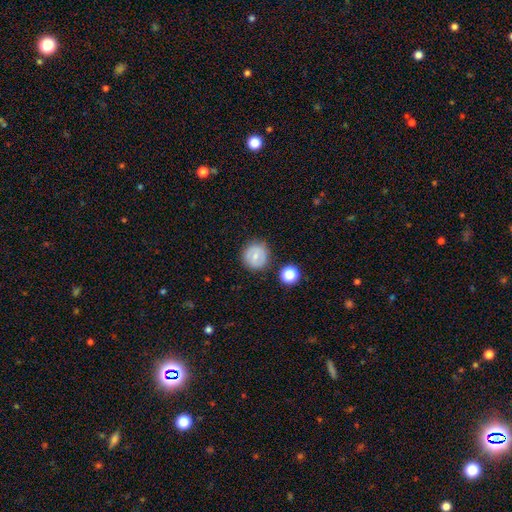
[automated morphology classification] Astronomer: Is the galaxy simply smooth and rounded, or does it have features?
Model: smooth — 59%.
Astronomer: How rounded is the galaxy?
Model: round — 90%.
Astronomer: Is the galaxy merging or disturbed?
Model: none — 83%.